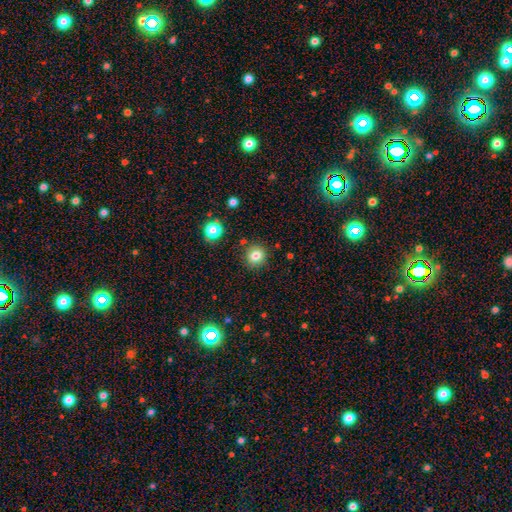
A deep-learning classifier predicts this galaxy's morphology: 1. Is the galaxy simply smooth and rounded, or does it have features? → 79% smooth, 13% star or artifact, 7% featured or disk.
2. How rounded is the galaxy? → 92% round, 7% in between, 1% cigar-shaped.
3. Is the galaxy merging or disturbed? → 86% none, 8% minor disturbance, 4% merger, 2% major disturbance.